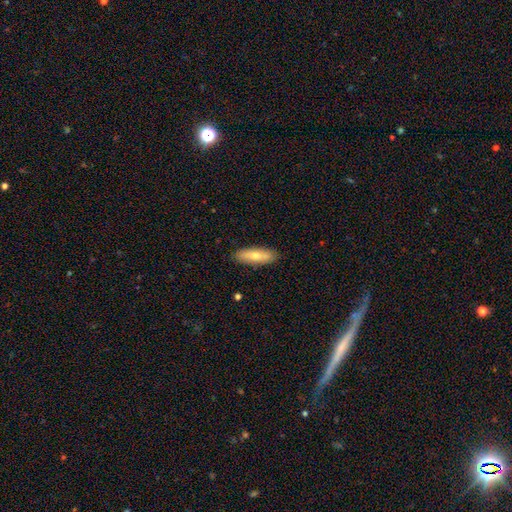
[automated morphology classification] Smooth or featured? Predicted: smooth (p=0.69). How rounded? Predicted: in between (p=0.54). Merging? Predicted: none (p=0.87).